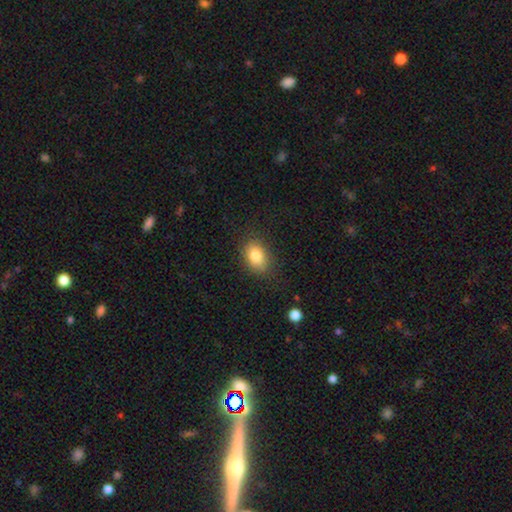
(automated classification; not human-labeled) smooth_or_featured: smooth (p=0.82) [alt: featured or disk p=0.09]
how_rounded: in between (p=0.79) [alt: round p=0.20]
merging: none (p=0.81) [alt: minor disturbance p=0.14]